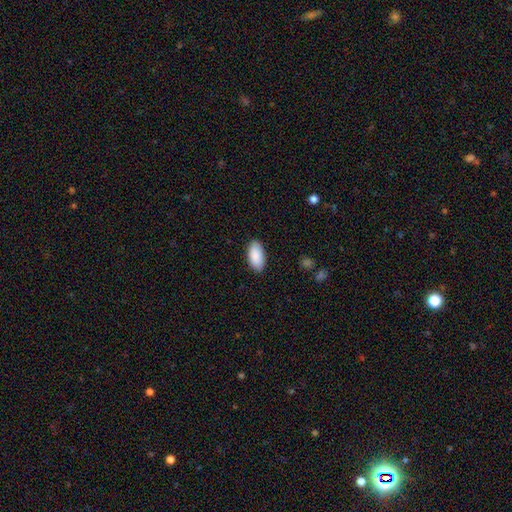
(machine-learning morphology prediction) type=smooth (90%); roundness=in between (95%); merging=none (88%).